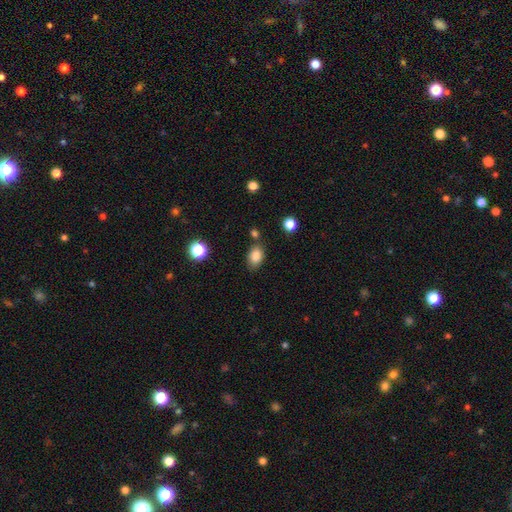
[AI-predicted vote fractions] smooth-or-featured: smooth: 85% | star or artifact: 10% | featured or disk: 5%
  how-rounded: in between: 79% | round: 20% | cigar-shaped: 1%
  merging: none: 74% | minor disturbance: 14% | merger: 8% | major disturbance: 4%